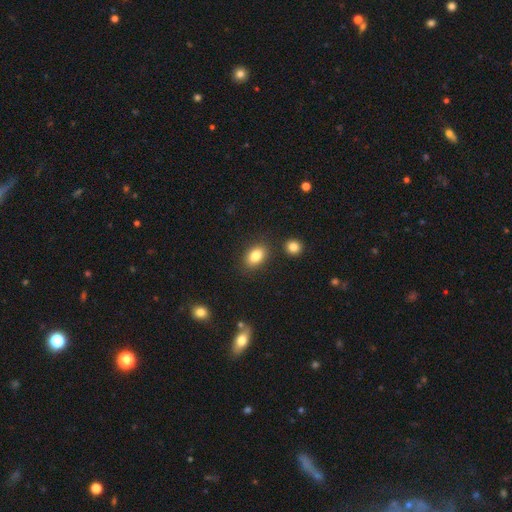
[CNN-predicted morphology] A smooth galaxy with no disk features (84%) that is in between round and cigar-shaped (82%). Merging: none (83%).